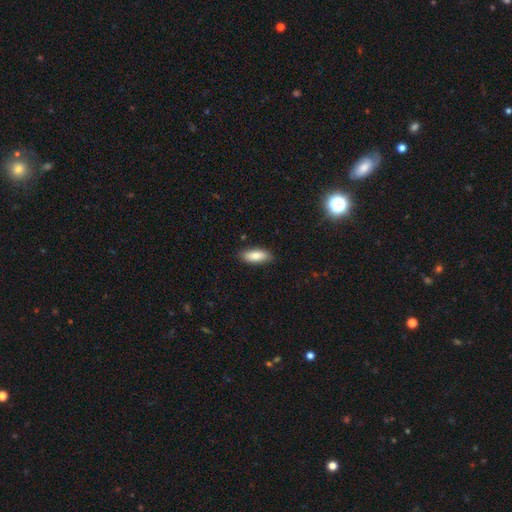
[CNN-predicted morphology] smooth_or_featured: smooth (p=0.83) [alt: featured or disk p=0.11]
how_rounded: in between (p=0.74) [alt: cigar-shaped p=0.24]
merging: none (p=0.87) [alt: minor disturbance p=0.10]